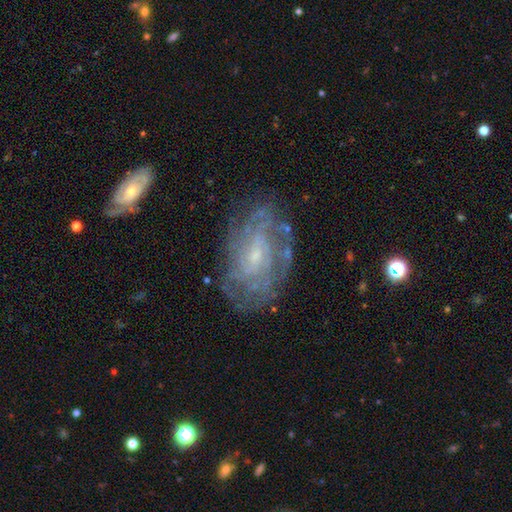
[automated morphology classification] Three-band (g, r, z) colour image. It shows a featured or disk galaxy (75%) with no bar (60%), tight (63%) spiral arms (79%) and a small central bulge (74%). Merging: none (72%).